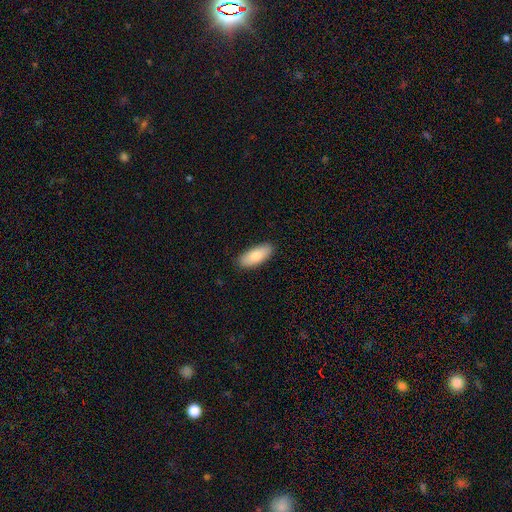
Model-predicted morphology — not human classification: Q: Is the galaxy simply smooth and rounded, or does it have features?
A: smooth — 82%.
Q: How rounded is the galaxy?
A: in between — 84%.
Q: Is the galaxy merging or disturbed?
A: none — 88%.